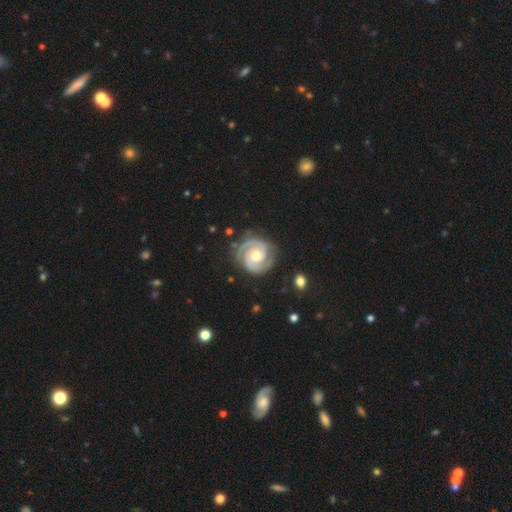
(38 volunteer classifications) Morphology: type=featured or disk (92%); edge-on=no (100%); bar=no (69%); spiral arms=yes (100%); winding=tight (83%); arm count=2 (100%); bulge=moderate (60%); merging=none (81%).